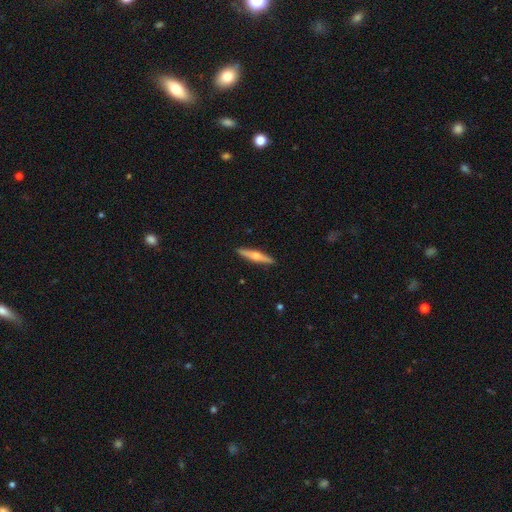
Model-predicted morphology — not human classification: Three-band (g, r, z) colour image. It shows a featured or disk galaxy (61%) viewed edge-on (97%) with a rounded central bulge (92%). Merging: none (92%).